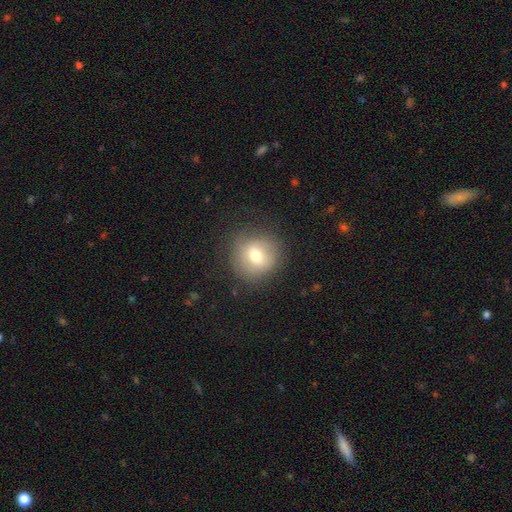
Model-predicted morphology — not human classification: smooth-or-featured: smooth: 68% | featured or disk: 21% | star or artifact: 11%
  how-rounded: round: 89% | in between: 10% | cigar-shaped: 1%
  merging: none: 78% | minor disturbance: 15% | major disturbance: 6% | merger: 1%